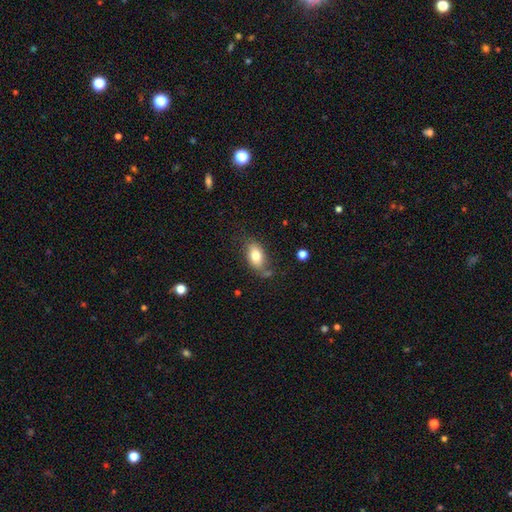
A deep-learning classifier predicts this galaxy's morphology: smooth 79%, featured or disk 13%, star or artifact 8%. Down the decision tree: how rounded — in between (90%); merging — none (68%).